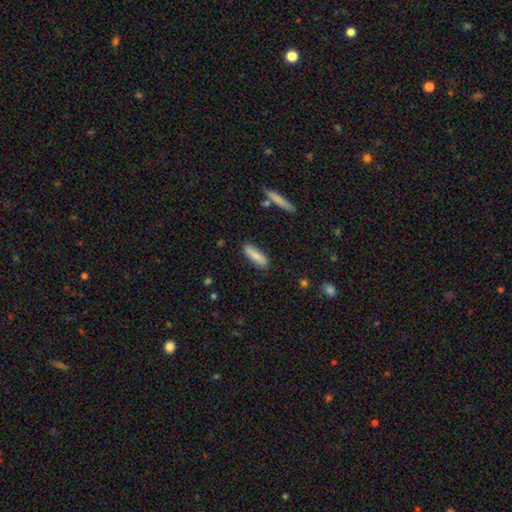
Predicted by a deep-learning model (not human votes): smooth-or-featured: smooth: 77% | featured or disk: 17% | star or artifact: 6%
  how-rounded: cigar-shaped: 53% | in between: 45% | round: 2%
  merging: none: 85% | minor disturbance: 11% | major disturbance: 2% | merger: 2%